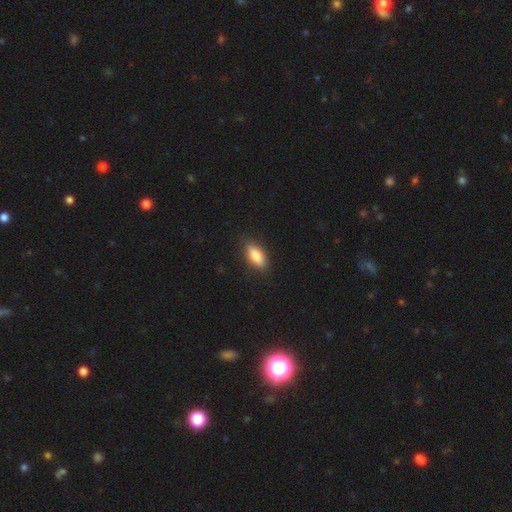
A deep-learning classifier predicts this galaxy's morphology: Smooth or featured? Predicted: smooth (p=0.81). How rounded? Predicted: in between (p=0.83). Merging? Predicted: none (p=0.86).